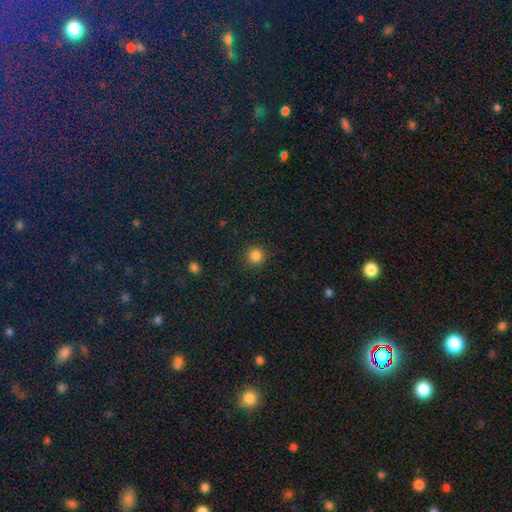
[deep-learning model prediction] A smooth galaxy with no disk features (84%) that is round (94%). Merging: none (91%).